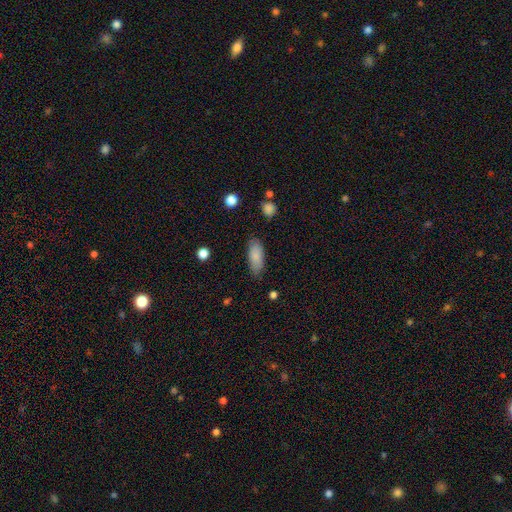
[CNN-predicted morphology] The model was most divided on "how rounded": in between: 78%, cigar-shaped: 20%, round: 2%. More confident: smooth or featured — smooth (85%); merging — none (82%).